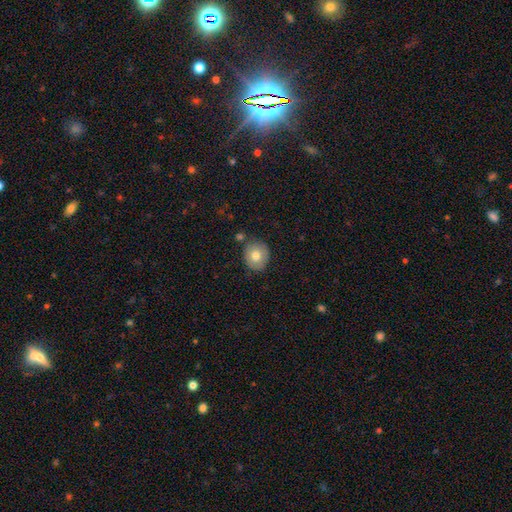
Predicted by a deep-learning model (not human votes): This appears to be a smooth galaxy with no disk features (74%) that is round (75%). Merging: none (76%).